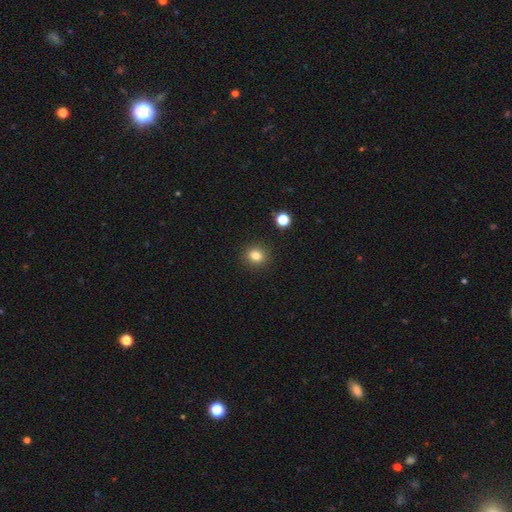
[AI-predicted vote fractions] This appears to be a smooth galaxy with no disk features (80%) that is round (79%). Merging: none (90%).